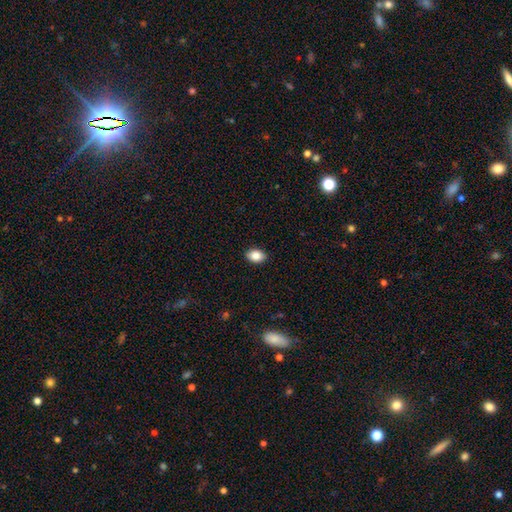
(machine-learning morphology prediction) This appears to be a smooth galaxy with no disk features (86%) that is in between round and cigar-shaped (80%). Merging: none (90%).